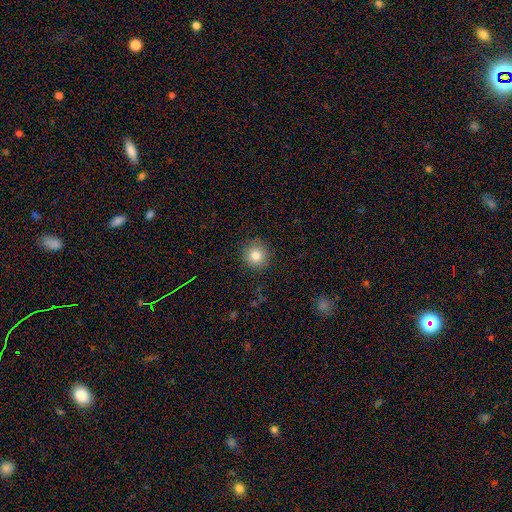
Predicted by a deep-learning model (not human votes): smooth_or_featured: smooth (p=0.82) [alt: star or artifact p=0.11]
how_rounded: round (p=0.95) [alt: in between p=0.04]
merging: none (p=0.91) [alt: minor disturbance p=0.06]